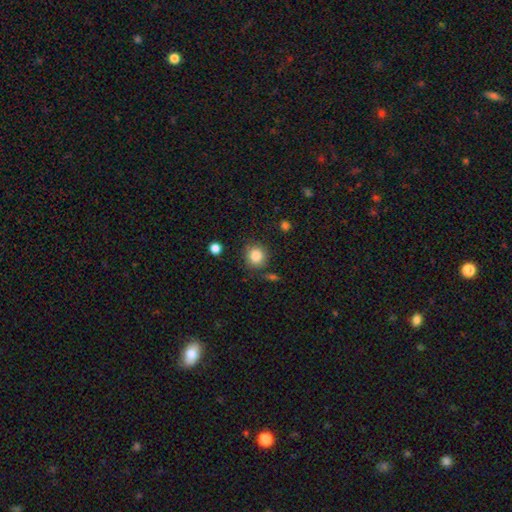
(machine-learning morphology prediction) A smooth galaxy with no disk features (86%) that is round (90%).

Vote fractions:
- Smooth or featured? smooth: 86% / star or artifact: 9% / featured or disk: 5%
- How rounded? round: 90% / in between: 10% / cigar-shaped: 1%
- Merging? none: 82% / minor disturbance: 11% / merger: 4% / major disturbance: 3%